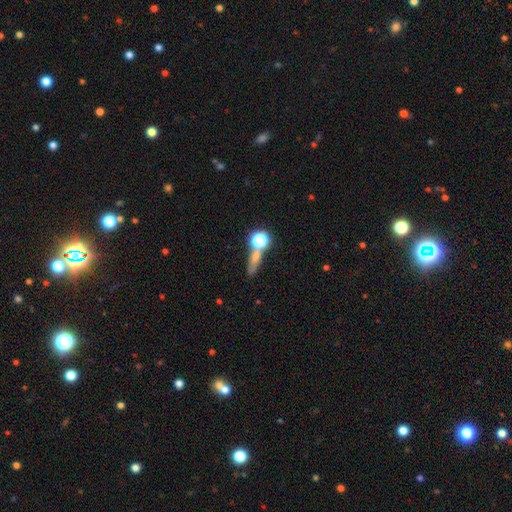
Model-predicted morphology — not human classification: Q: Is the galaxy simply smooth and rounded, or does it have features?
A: smooth — 44%.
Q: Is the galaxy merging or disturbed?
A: none — 58%.